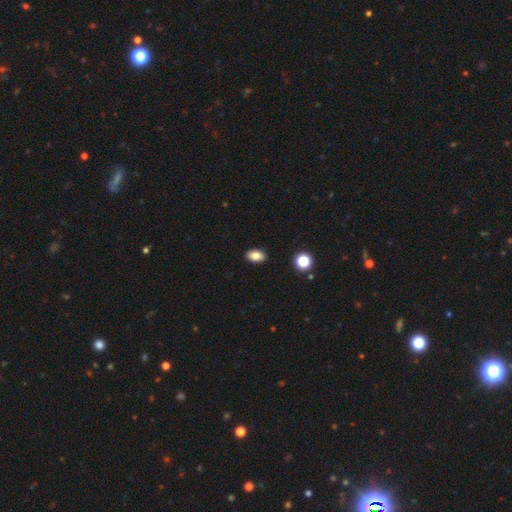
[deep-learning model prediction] Smooth or featured?
  - smooth: 83% *
  - star or artifact: 10%
  - featured or disk: 8%
How rounded?
  - in between: 89% *
  - round: 10%
  - cigar-shaped: 2%
Merging?
  - none: 90% *
  - minor disturbance: 7%
  - major disturbance: 2%
  - merger: 1%